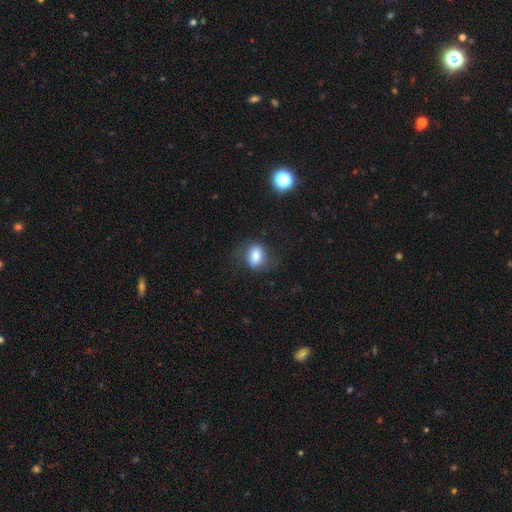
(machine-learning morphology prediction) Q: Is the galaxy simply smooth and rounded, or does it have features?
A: smooth — 71%.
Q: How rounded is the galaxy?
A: in between — 68%.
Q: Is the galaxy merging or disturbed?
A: none — 68%.